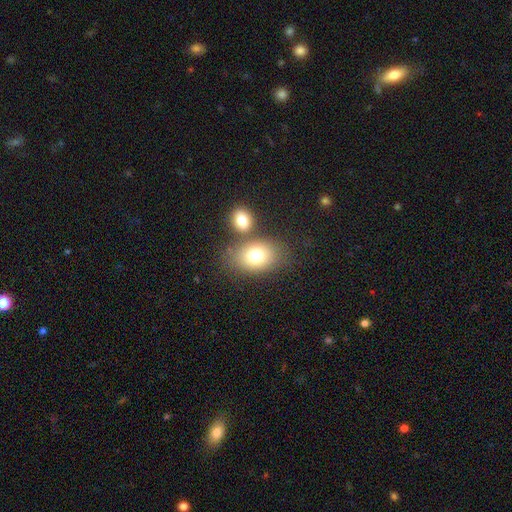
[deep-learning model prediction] smooth-or-featured: smooth: 77% | featured or disk: 14% | star or artifact: 9%
  how-rounded: in between: 76% | round: 23% | cigar-shaped: 1%
  merging: none: 55% | merger: 29% | minor disturbance: 11% | major disturbance: 4%